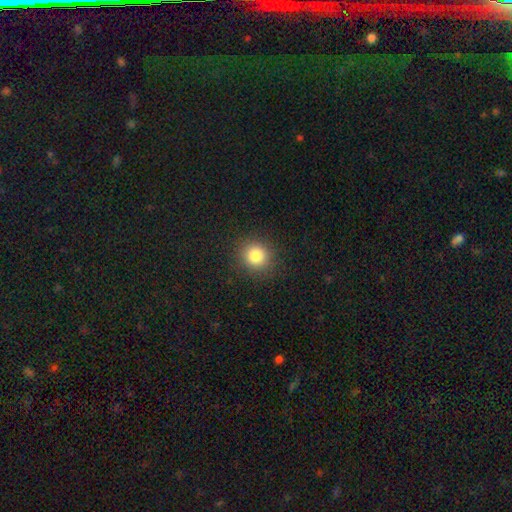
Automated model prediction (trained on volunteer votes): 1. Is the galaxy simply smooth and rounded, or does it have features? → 83% smooth, 12% star or artifact, 5% featured or disk.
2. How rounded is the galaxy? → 89% round, 10% in between, 1% cigar-shaped.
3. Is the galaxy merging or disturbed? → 90% none, 7% minor disturbance, 3% major disturbance, 1% merger.